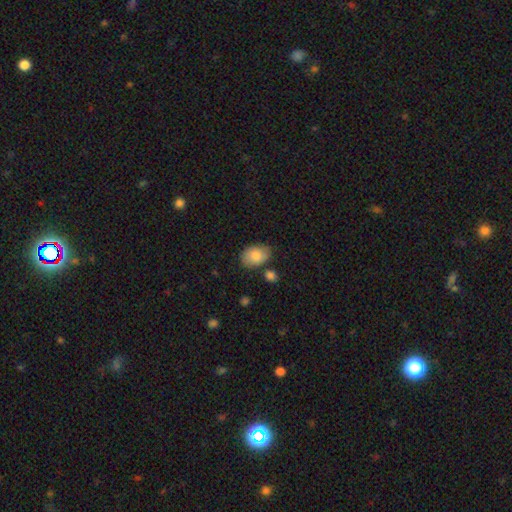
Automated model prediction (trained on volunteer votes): This appears to be a smooth galaxy with no disk features (84%) that is in between round and cigar-shaped (85%). Merging: none (72%).